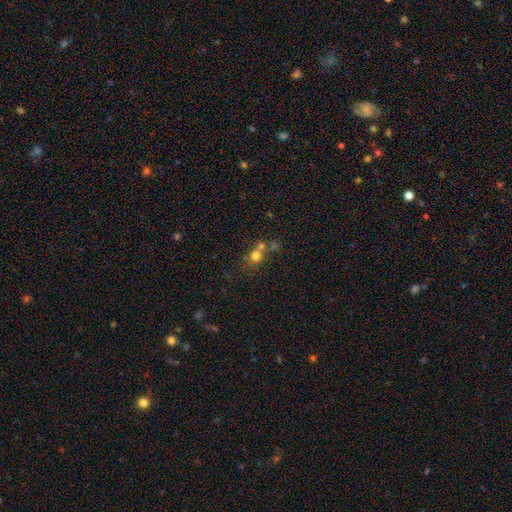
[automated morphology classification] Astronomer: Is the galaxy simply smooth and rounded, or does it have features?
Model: smooth — 69%.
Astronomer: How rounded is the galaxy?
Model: round — 80%.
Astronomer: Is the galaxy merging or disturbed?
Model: merger — 46% (runner-up: none, 41%).